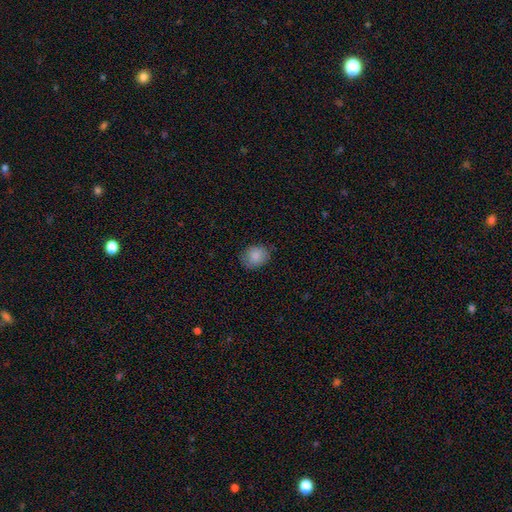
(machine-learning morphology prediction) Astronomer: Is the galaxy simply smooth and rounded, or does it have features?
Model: smooth — 87%.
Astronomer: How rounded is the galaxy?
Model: round — 52% (runner-up: in between, 47%).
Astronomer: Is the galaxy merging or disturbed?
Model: none — 80%.